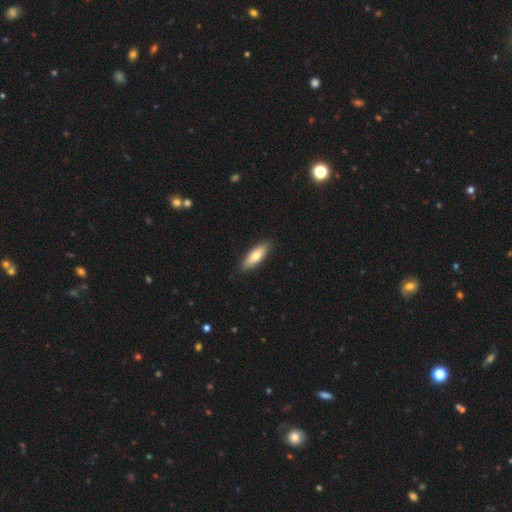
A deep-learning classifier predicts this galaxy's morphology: smooth-or-featured: smooth: 73% | featured or disk: 22% | star or artifact: 5%
  how-rounded: in between: 61% | cigar-shaped: 37% | round: 2%
  merging: none: 89% | minor disturbance: 9% | major disturbance: 2% | merger: 1%